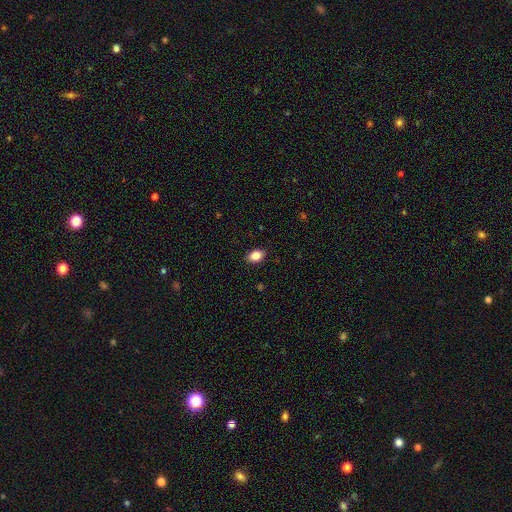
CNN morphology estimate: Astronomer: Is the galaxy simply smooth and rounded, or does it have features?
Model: smooth — 86%.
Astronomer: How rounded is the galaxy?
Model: in between — 82%.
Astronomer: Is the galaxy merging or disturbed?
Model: none — 89%.